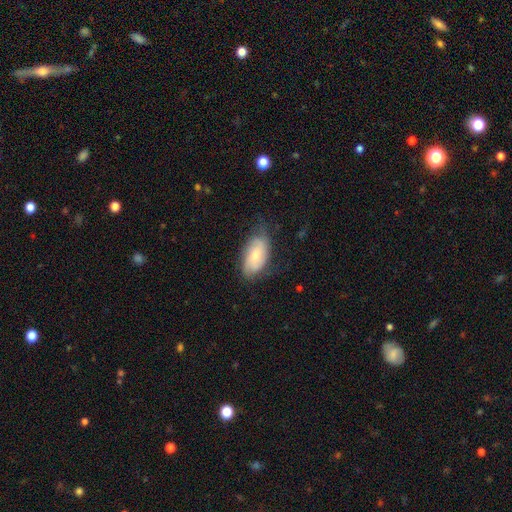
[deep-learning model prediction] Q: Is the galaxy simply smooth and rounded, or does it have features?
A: smooth — 52%.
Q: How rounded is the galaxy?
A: in between — 92%.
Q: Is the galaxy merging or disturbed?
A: none — 63%.